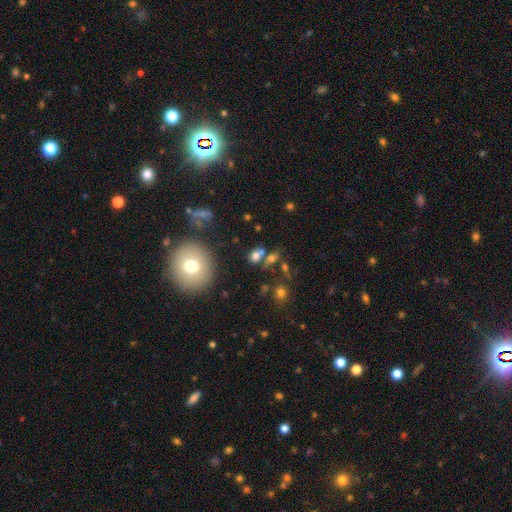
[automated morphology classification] The model was most divided on "how rounded": in between: 55%, round: 42%, cigar-shaped: 3%. Remaining: smooth or featured — smooth (70%); merging — none (49%).